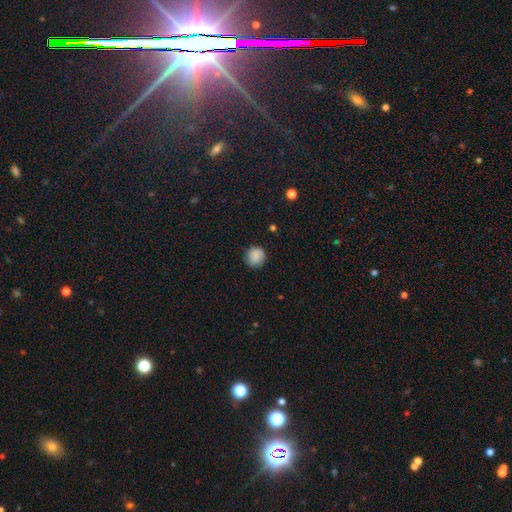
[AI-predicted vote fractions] A smooth galaxy with no disk features (86%) that is round (90%). Merging: none (84%).